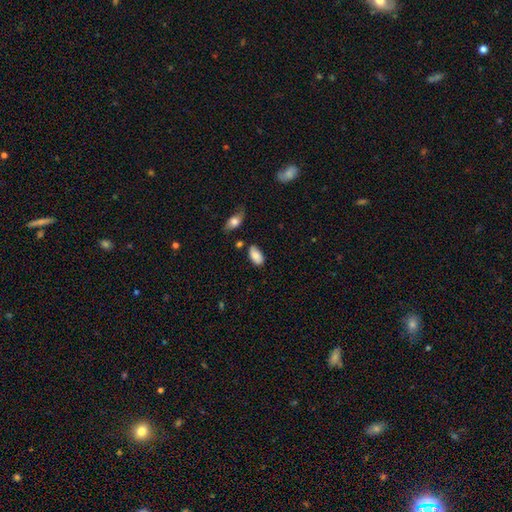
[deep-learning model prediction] Overall: smooth (84%). How rounded: in between (94%). Merging: none (75%).